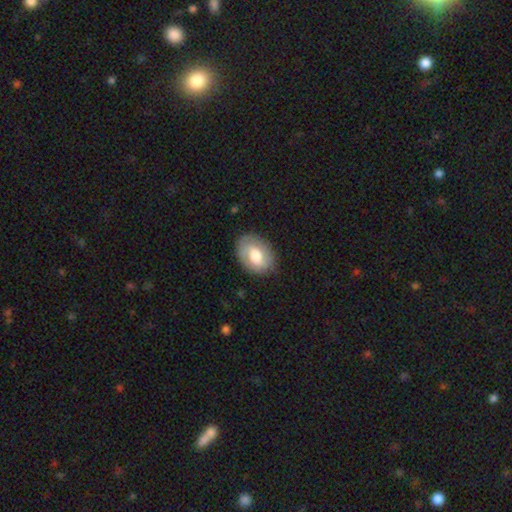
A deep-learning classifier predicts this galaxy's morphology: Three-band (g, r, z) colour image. It shows a smooth galaxy with no disk features (54%) that is in between round and cigar-shaped (77%). Merging: none (80%).